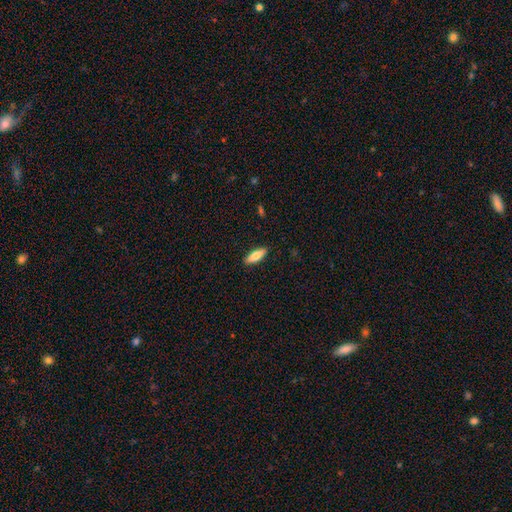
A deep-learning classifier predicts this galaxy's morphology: This is likely a smooth galaxy (75%). How rounded: possibly in between (57%). Merging: clearly none (90%).